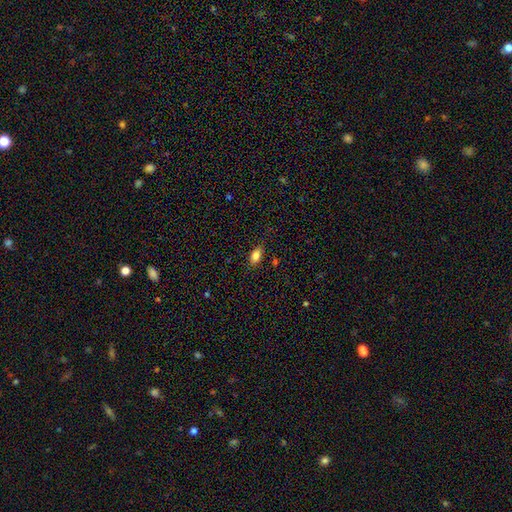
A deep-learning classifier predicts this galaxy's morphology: type=smooth (82%); roundness=in between (87%); merging=none (83%).